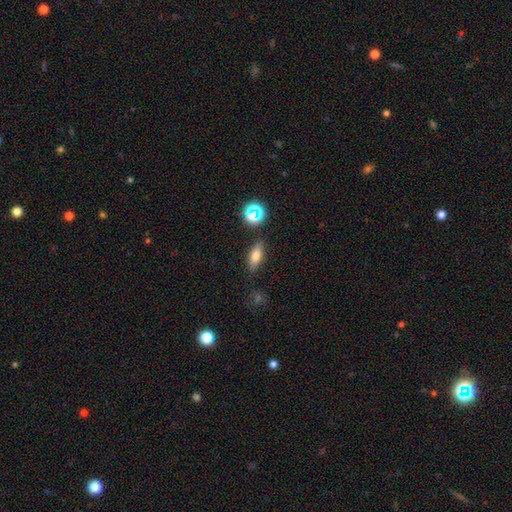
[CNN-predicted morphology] A smooth galaxy with no disk features (69%) that is in between round and cigar-shaped (65%).

Vote fractions:
- Smooth or featured? smooth: 69% / featured or disk: 19% / star or artifact: 12%
- How rounded? in between: 65% / cigar-shaped: 29% / round: 6%
- Merging? none: 83% / minor disturbance: 11% / merger: 3% / major disturbance: 3%